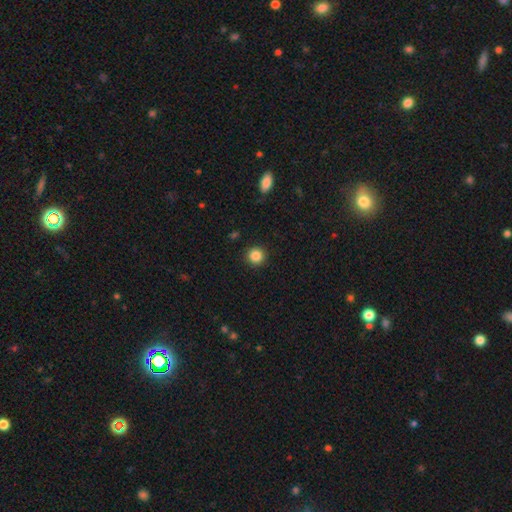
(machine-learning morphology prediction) Overall: smooth (86%). How rounded: round (94%). Merging: none (92%).